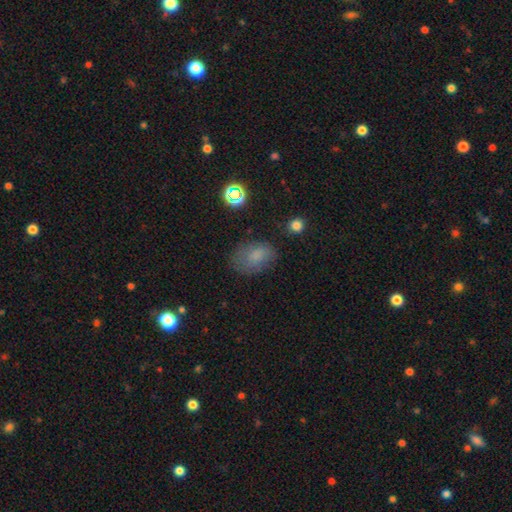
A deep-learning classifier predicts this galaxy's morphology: This is likely a smooth galaxy (73%). How rounded: clearly in between (81%). Merging: likely none (64%).